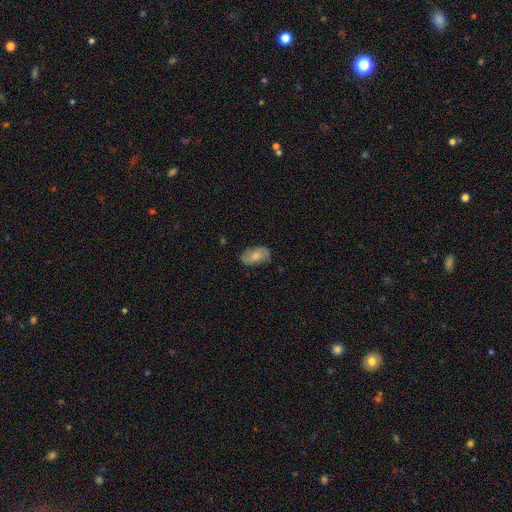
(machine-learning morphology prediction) smooth-or-featured: smooth: 69% | featured or disk: 24% | star or artifact: 7%
  how-rounded: in between: 93% | round: 5% | cigar-shaped: 2%
  merging: none: 77% | minor disturbance: 18% | major disturbance: 4% | merger: 1%